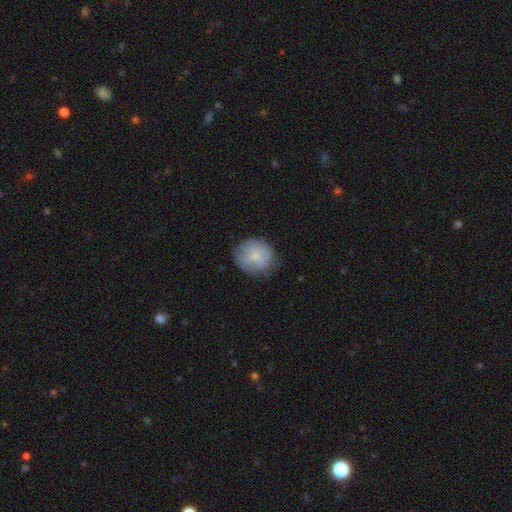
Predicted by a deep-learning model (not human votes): Smooth or featured? Predicted: smooth (p=0.70). How rounded? Predicted: round (p=0.82). Merging? Predicted: none (p=0.72).